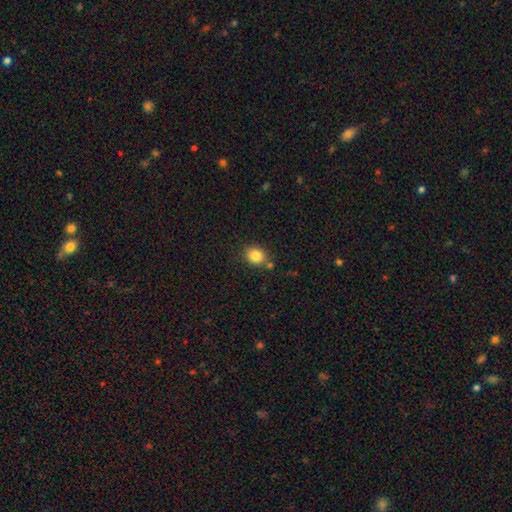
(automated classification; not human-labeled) Smooth or featured?
  - smooth: 84% *
  - star or artifact: 10%
  - featured or disk: 6%
How rounded?
  - round: 67% *
  - in between: 32%
  - cigar-shaped: 1%
Merging?
  - none: 76% *
  - minor disturbance: 12%
  - merger: 8%
  - major disturbance: 3%